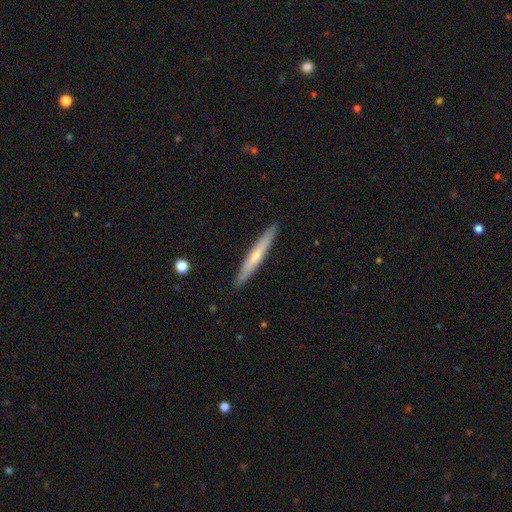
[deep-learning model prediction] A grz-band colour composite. It shows a smooth galaxy with no disk features (52%) that is cigar-shaped (96%). Merging: none (91%).